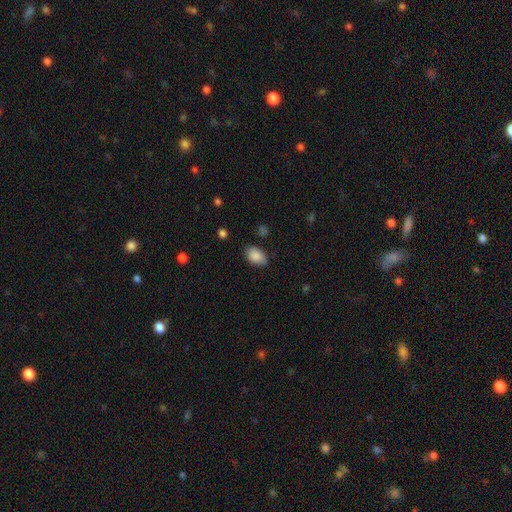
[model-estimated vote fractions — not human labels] smooth_or_featured: smooth (p=0.87) [alt: star or artifact p=0.07]
how_rounded: in between (p=0.89) [alt: round p=0.10]
merging: none (p=0.76) [alt: minor disturbance p=0.19]